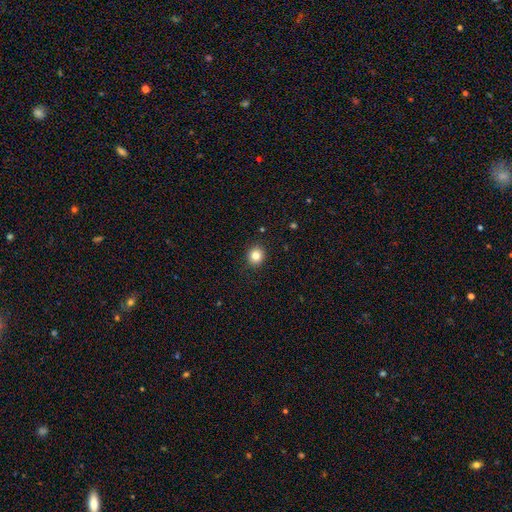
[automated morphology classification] This is clearly a smooth galaxy (83%). How rounded: clearly round (83%). Merging: clearly none (90%).